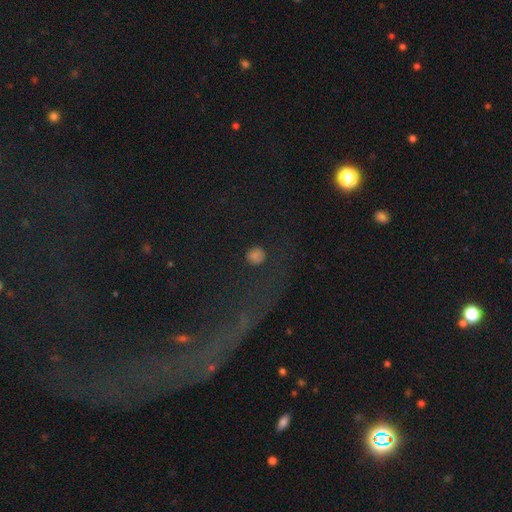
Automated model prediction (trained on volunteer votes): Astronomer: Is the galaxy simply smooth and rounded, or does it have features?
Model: smooth — 64%.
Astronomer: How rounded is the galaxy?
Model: round — 88%.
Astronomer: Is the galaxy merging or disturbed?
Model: none — 79%.